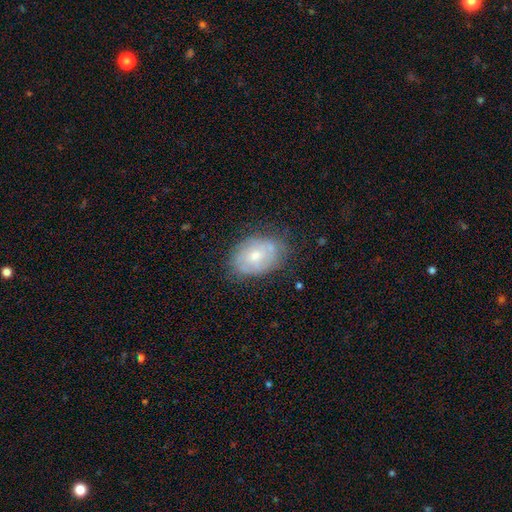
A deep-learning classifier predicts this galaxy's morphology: Smooth or featured?
  - featured or disk: 48% *
  - smooth: 44%
  - star or artifact: 8%
Merging?
  - none: 67% *
  - minor disturbance: 23%
  - major disturbance: 7%
  - merger: 2%